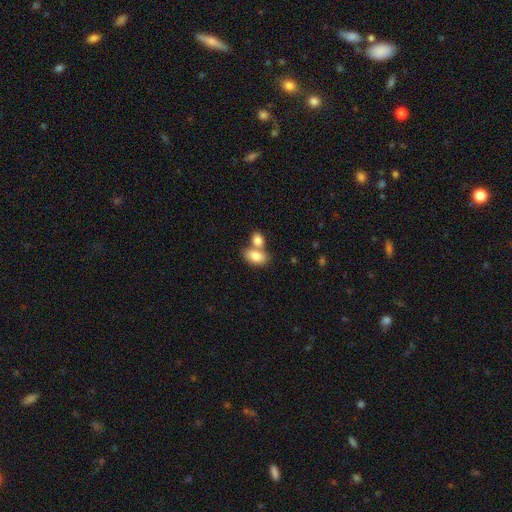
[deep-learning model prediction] Q: Smooth or featured?
A: smooth (81%); runner-up: featured or disk (11%)
Q: How rounded?
A: in between (86%); runner-up: round (12%)
Q: Merging?
A: merger (52%); runner-up: none (37%)